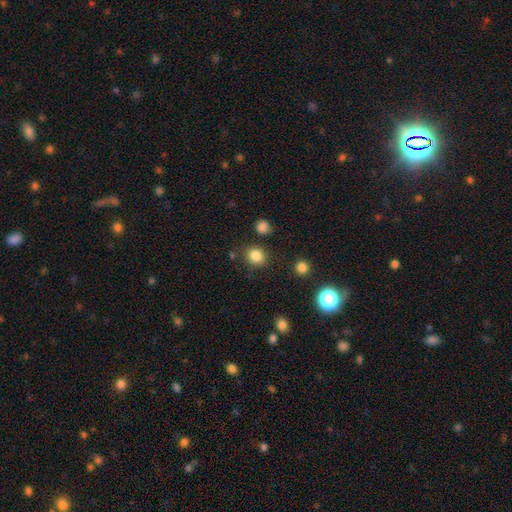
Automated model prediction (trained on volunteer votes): Smooth or featured: smooth — 84% (star or artifact — 11%)
How rounded: round — 81% (in between — 18%)
Merging: none — 83% (minor disturbance — 9%)